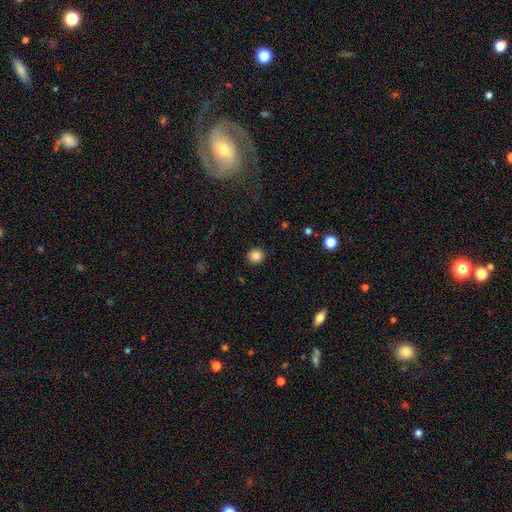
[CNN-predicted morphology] Smooth or featured? smooth (84%)
How rounded? round (85%)
Merging? none (91%)